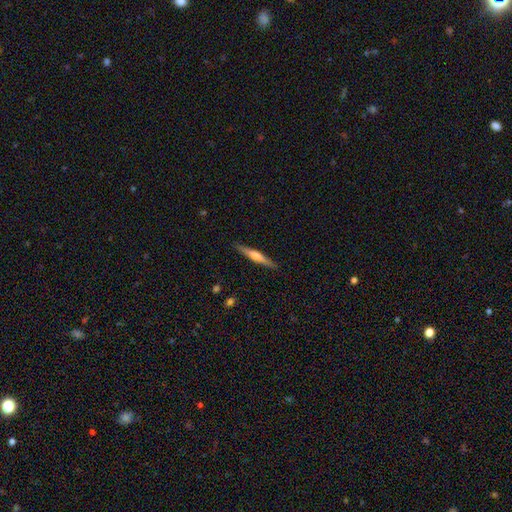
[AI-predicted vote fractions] Q: Smooth or featured?
A: featured or disk (59%); runner-up: smooth (35%)
Q: Edge-on disk?
A: yes (97%); runner-up: no (3%)
Q: Edge-on bulge?
A: rounded (80%); runner-up: boxy (11%)
Q: Merging?
A: none (90%); runner-up: minor disturbance (7%)